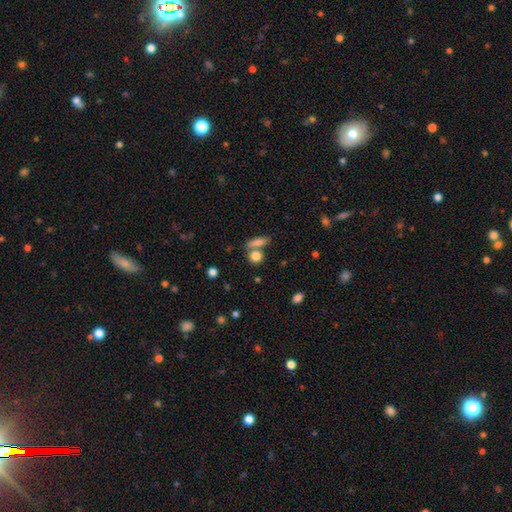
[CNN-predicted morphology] Smooth or featured?
  - smooth: 82% *
  - star or artifact: 10%
  - featured or disk: 8%
How rounded?
  - round: 65% *
  - in between: 29%
  - cigar-shaped: 7%
Merging?
  - none: 57% *
  - merger: 30%
  - minor disturbance: 9%
  - major disturbance: 4%